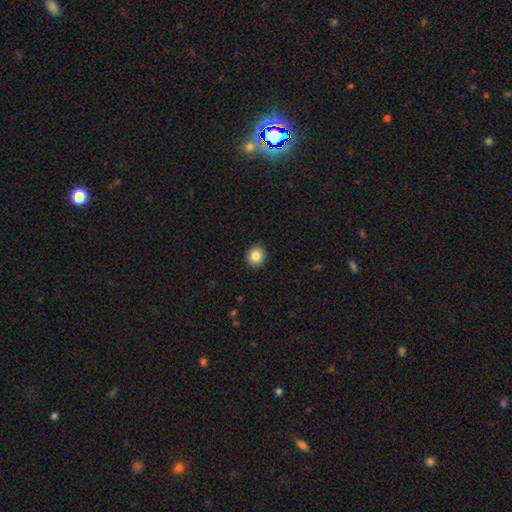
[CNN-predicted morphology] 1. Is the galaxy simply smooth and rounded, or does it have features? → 86% smooth, 9% star or artifact, 5% featured or disk.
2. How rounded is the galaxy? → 85% round, 15% in between, 1% cigar-shaped.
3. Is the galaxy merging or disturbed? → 92% none, 6% minor disturbance, 2% major disturbance, 1% merger.